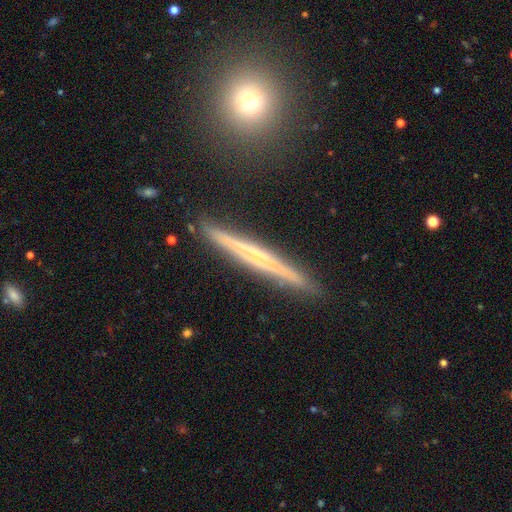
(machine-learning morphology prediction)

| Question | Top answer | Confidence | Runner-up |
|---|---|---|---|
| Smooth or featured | featured or disk | 69% | smooth (24%) |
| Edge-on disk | yes | 97% | no (3%) |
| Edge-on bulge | none | 52% | rounded (42%) |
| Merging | none | 90% | minor disturbance (7%) |